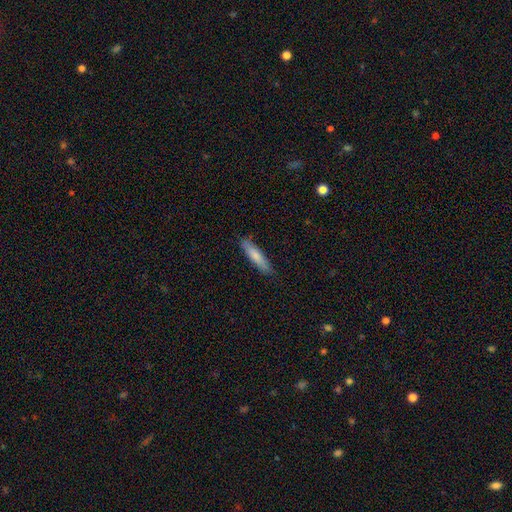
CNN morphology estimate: Q: Smooth or featured?
A: smooth (78%); runner-up: featured or disk (16%)
Q: How rounded?
A: cigar-shaped (81%); runner-up: in between (18%)
Q: Merging?
A: none (83%); runner-up: minor disturbance (13%)